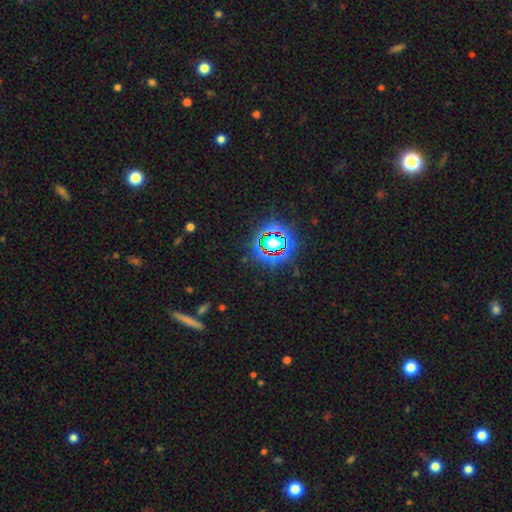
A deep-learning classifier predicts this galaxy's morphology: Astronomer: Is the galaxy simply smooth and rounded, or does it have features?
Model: star or artifact — 78%.